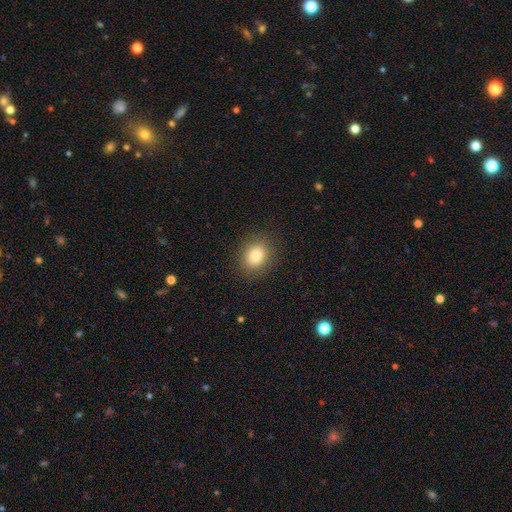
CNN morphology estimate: Overall: smooth (83%). How rounded: round (58%; in between 41%). Merging: none (88%).